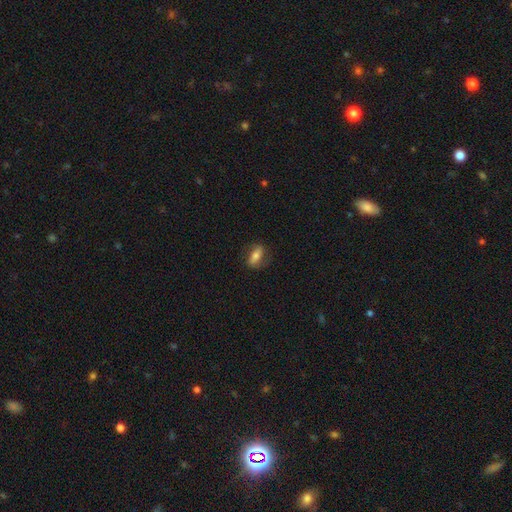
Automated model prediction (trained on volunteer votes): Smooth or featured? smooth (63%)
How rounded? in between (76%)
Merging? none (75%)